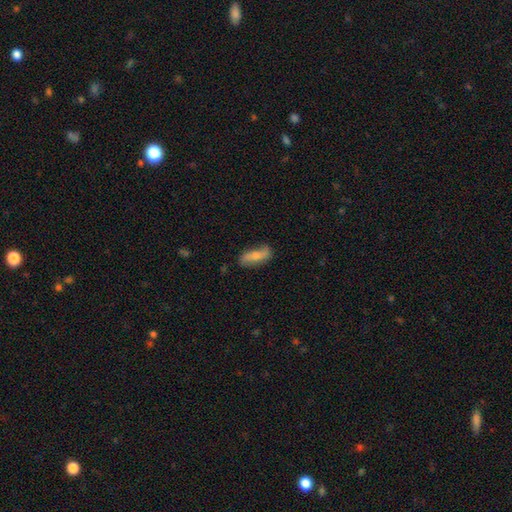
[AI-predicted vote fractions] Q: Smooth or featured?
A: smooth (54%); runner-up: featured or disk (39%)
Q: How rounded?
A: in between (65%); runner-up: cigar-shaped (32%)
Q: Merging?
A: none (74%); runner-up: minor disturbance (19%)